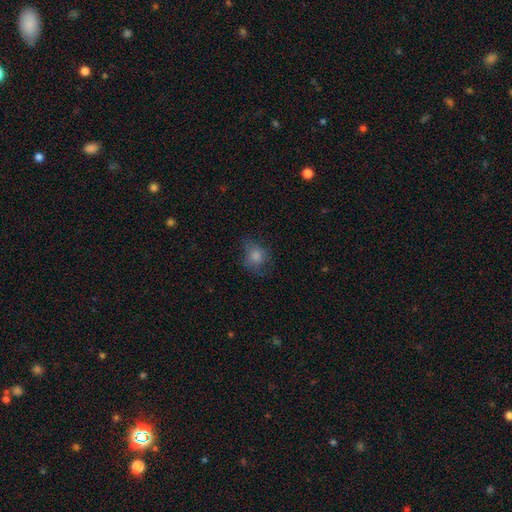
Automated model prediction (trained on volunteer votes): smooth-or-featured: smooth: 78% | featured or disk: 11% | star or artifact: 11%
  how-rounded: round: 67% | in between: 32% | cigar-shaped: 1%
  merging: none: 58% | minor disturbance: 25% | major disturbance: 15% | merger: 1%